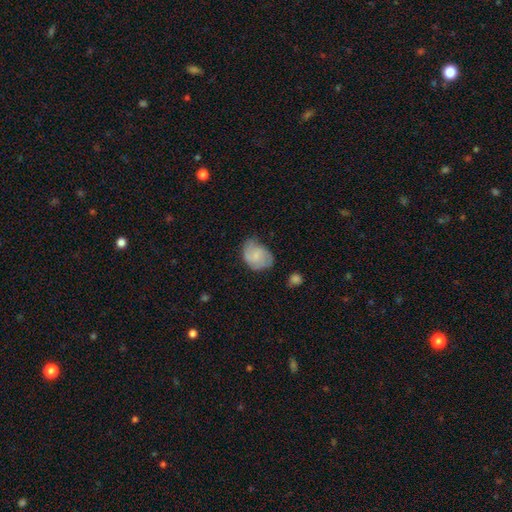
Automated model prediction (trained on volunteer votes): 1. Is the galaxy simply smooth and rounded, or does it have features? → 55% smooth, 38% featured or disk, 7% star or artifact.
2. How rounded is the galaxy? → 66% in between, 33% round, 1% cigar-shaped.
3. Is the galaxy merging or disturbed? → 47% none, 37% minor disturbance, 13% major disturbance, 3% merger.